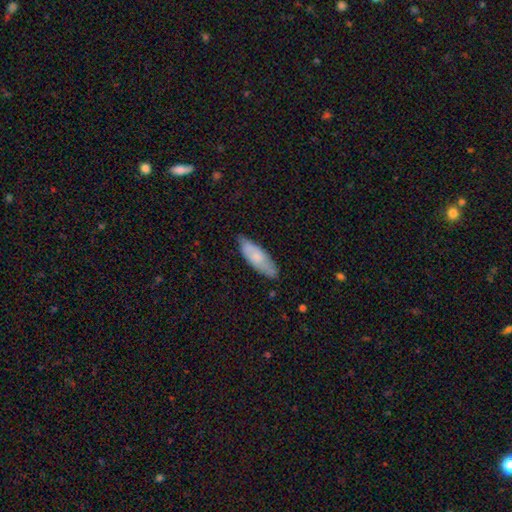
This appears to be a smooth galaxy with no disk features (65%) that is in between round and cigar-shaped (62%). Merging: none (73%).